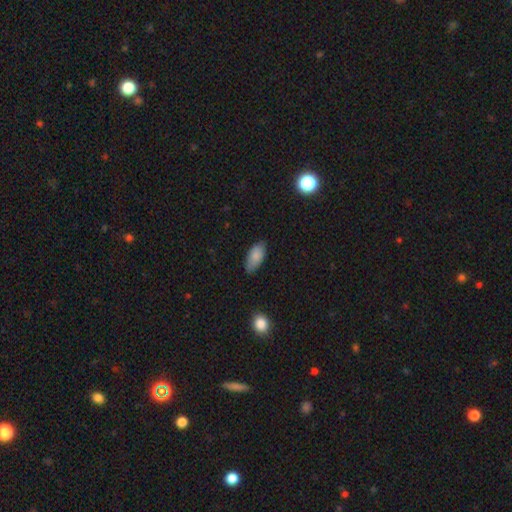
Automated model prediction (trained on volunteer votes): The model was most divided on "merging": none: 75%, minor disturbance: 21%, major disturbance: 3%, merger: 1%. More confident: how rounded — in between (90%); smooth or featured — smooth (85%).